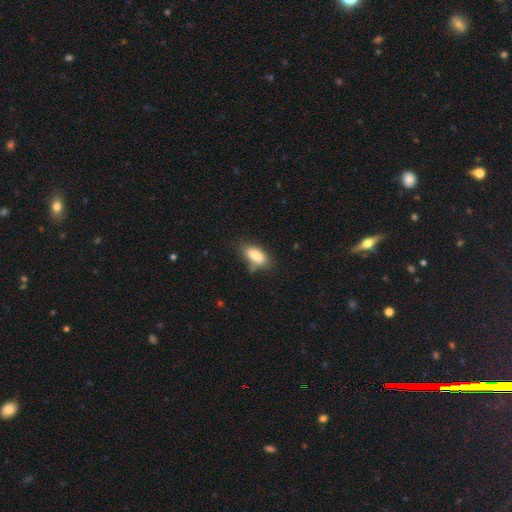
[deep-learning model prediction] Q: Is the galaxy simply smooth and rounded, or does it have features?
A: smooth — 83%.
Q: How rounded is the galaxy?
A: in between — 89%.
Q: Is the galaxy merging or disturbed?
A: none — 62%.